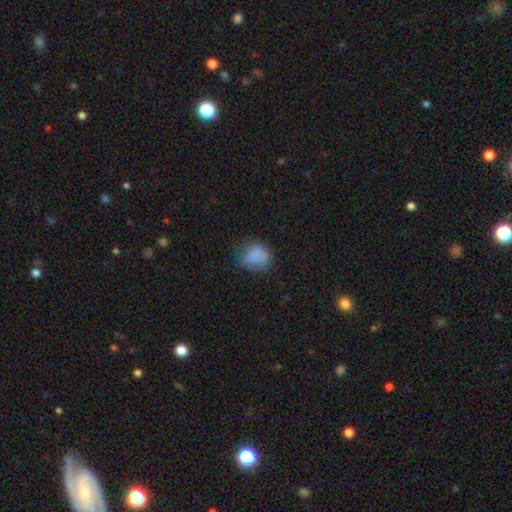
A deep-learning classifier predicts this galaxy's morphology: This appears to be a smooth galaxy with no disk features (79%) that is round (66%). Merging: none (59%).